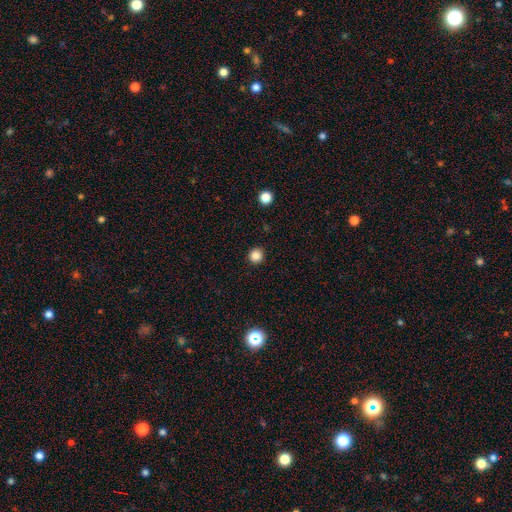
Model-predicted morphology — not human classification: smooth_or_featured: smooth (p=0.85) [alt: star or artifact p=0.12]
how_rounded: round (p=0.94) [alt: in between p=0.05]
merging: none (p=0.92) [alt: minor disturbance p=0.05]